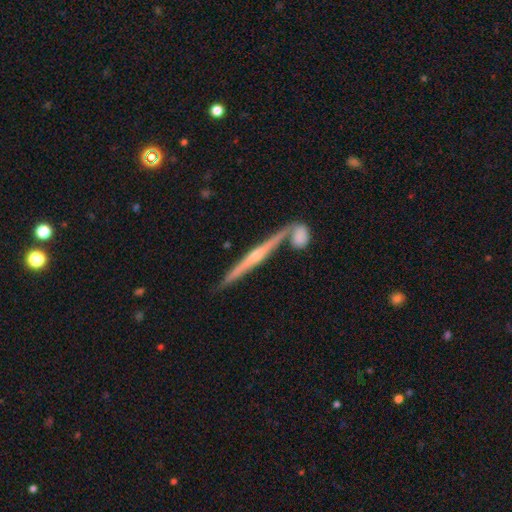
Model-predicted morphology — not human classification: featured or disk 78%, smooth 16%, star or artifact 6%. Down the decision tree: edge-on disk — yes (97%); edge-on bulge — rounded (74%); merging — none (73%).